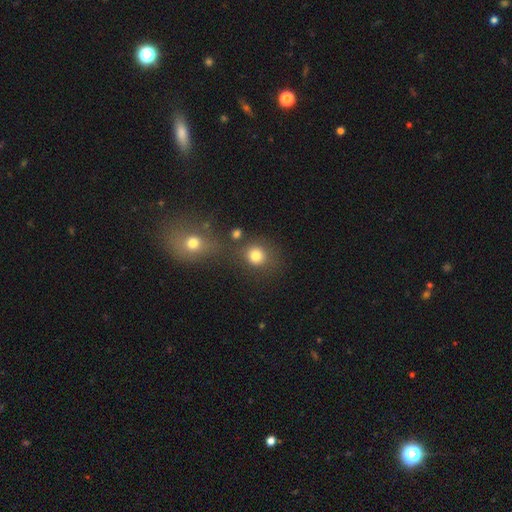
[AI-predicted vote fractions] This appears to be a smooth galaxy with no disk features (80%) that is round (84%). Merging: none (67%).